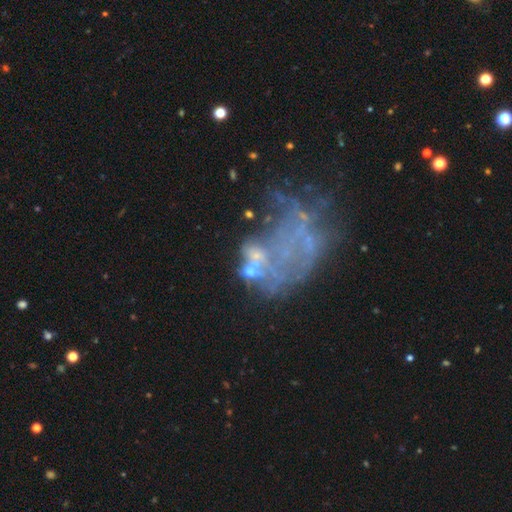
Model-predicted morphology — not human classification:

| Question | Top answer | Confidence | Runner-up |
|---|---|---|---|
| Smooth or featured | featured or disk | 52% | smooth (25%) |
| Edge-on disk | no | 96% | yes (4%) |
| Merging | merger | 34% | major disturbance (30%) |